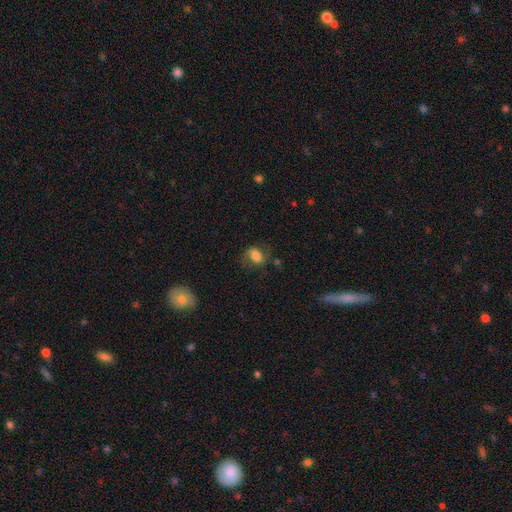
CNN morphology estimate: type=smooth (65%); roundness=in between (70%); merging=none (58%).